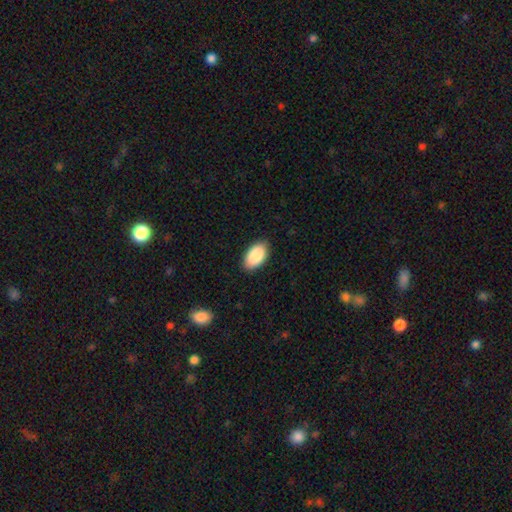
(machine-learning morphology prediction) smooth_or_featured: smooth (p=0.90) [alt: star or artifact p=0.06]
how_rounded: in between (p=0.95) [alt: round p=0.03]
merging: none (p=0.87) [alt: minor disturbance p=0.10]